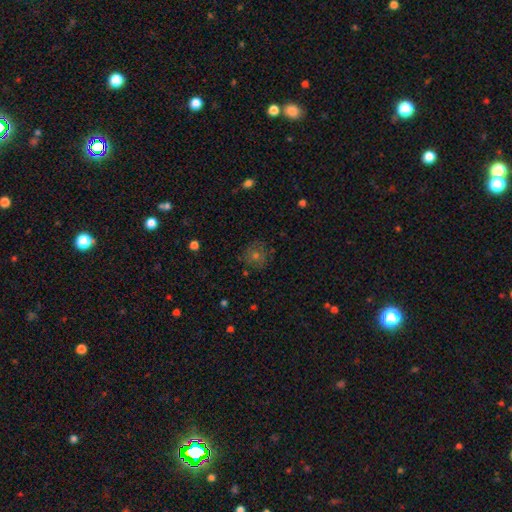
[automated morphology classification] Smooth or featured? smooth (51%)
How rounded? round (91%)
Merging? none (82%)